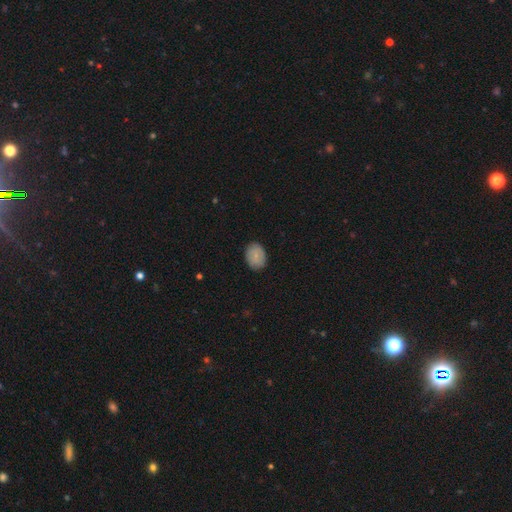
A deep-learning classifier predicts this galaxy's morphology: A smooth galaxy with no disk features (80%) that is in between round and cigar-shaped (67%).

Vote fractions:
- Smooth or featured? smooth: 80% / featured or disk: 12% / star or artifact: 7%
- How rounded? in between: 67% / round: 32% / cigar-shaped: 1%
- Merging? none: 87% / minor disturbance: 10% / major disturbance: 2% / merger: 1%